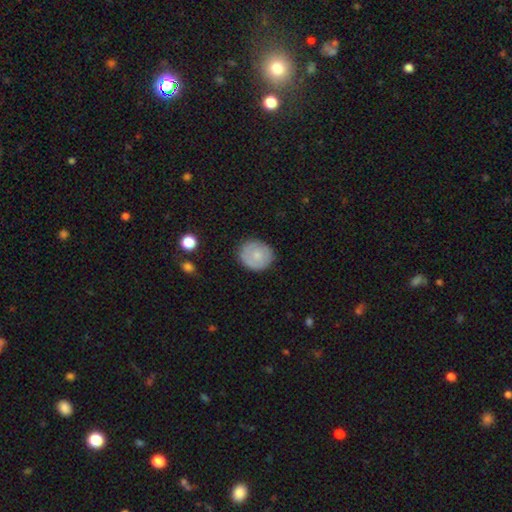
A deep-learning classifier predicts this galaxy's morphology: Overall: smooth (71%). How rounded: round (83%). Merging: none (83%).